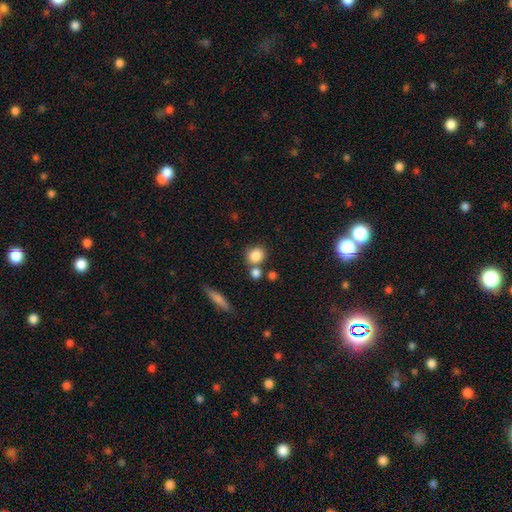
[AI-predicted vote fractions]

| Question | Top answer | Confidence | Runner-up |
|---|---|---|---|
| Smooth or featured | smooth | 84% | star or artifact (9%) |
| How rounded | round | 72% | in between (25%) |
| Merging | none | 65% | merger (21%) |